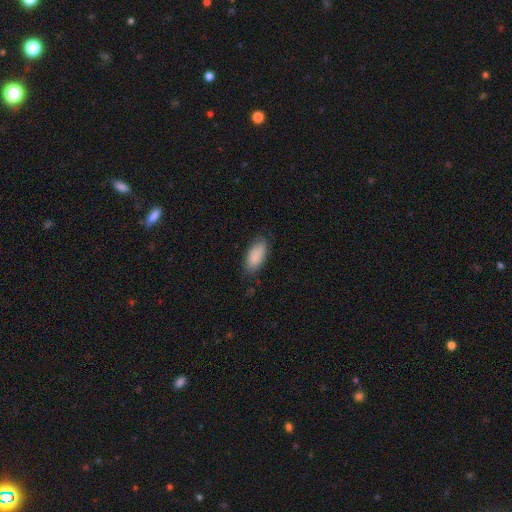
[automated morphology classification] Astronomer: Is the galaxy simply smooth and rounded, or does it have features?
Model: smooth — 87%.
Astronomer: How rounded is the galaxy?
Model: in between — 89%.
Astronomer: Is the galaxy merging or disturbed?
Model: none — 76%.